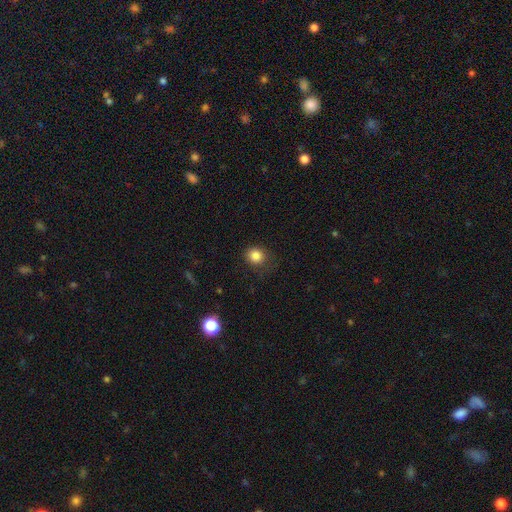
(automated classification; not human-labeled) The model was most divided on "how rounded": round: 79%, in between: 20%, cigar-shaped: 1%. More confident: smooth or featured — smooth (84%); merging — none (77%).